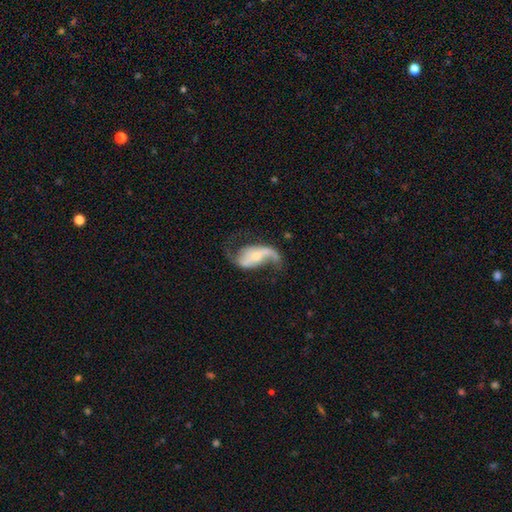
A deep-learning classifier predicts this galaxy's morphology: A featured or disk galaxy (84%) with no bar (39%), 2 (86%) loose (78%) spiral arms (94%) and a small central bulge (55%). Merging: none (57%).